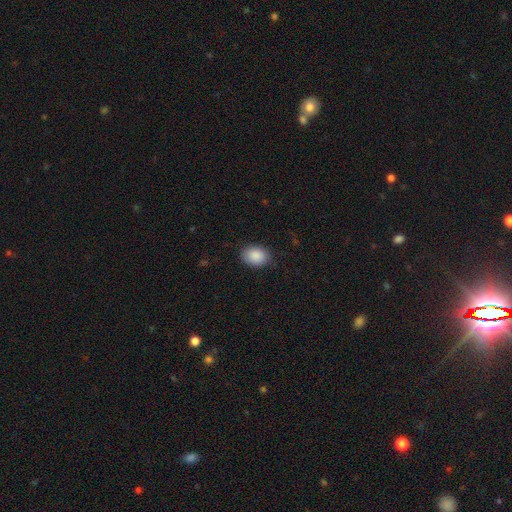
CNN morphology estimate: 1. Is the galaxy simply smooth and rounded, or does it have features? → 90% smooth, 7% star or artifact, 4% featured or disk.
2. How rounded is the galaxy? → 74% in between, 25% round, 1% cigar-shaped.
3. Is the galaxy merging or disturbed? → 84% none, 13% minor disturbance, 3% major disturbance, 1% merger.